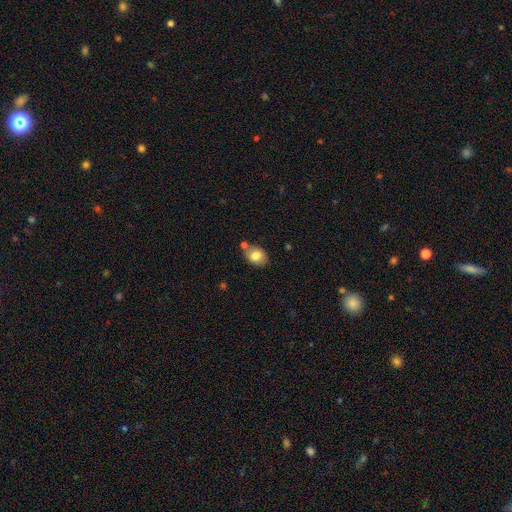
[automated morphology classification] smooth 79%, featured or disk 13%, star or artifact 8%. Down the decision tree: how rounded — in between (70%); merging — none (66%).